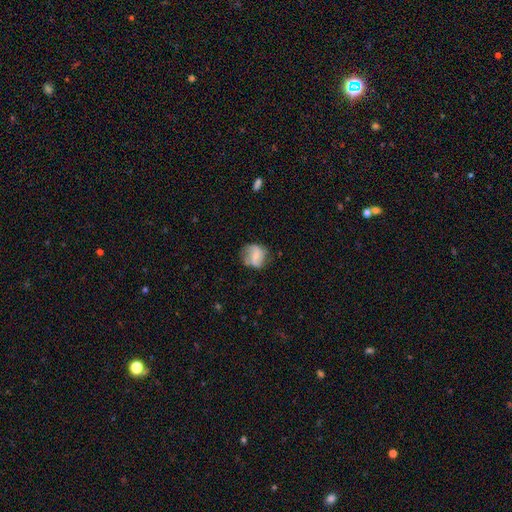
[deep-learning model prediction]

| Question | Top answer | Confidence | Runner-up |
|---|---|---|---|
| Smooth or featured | featured or disk | 49% | smooth (43%) |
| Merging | none | 57% | minor disturbance (26%) |